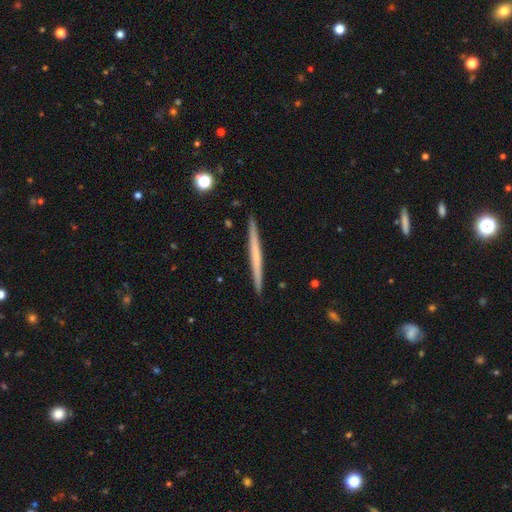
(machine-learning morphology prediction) A featured or disk galaxy (49%).

Vote fractions:
- Smooth or featured? featured or disk: 49% / smooth: 46% / star or artifact: 5%
- Merging? none: 92% / minor disturbance: 5% / merger: 1% / major disturbance: 1%